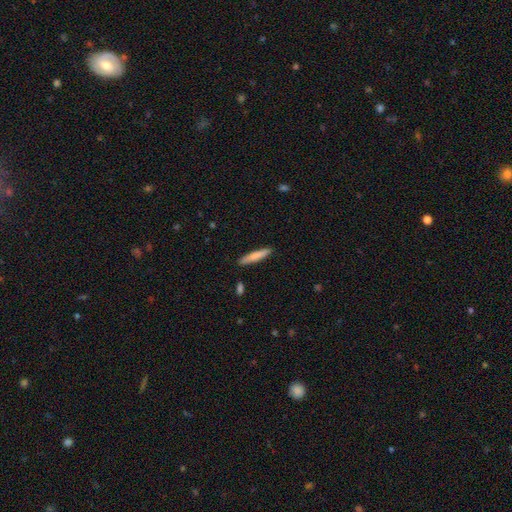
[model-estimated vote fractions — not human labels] Smooth or featured? smooth (79%)
How rounded? cigar-shaped (91%)
Merging? none (89%)